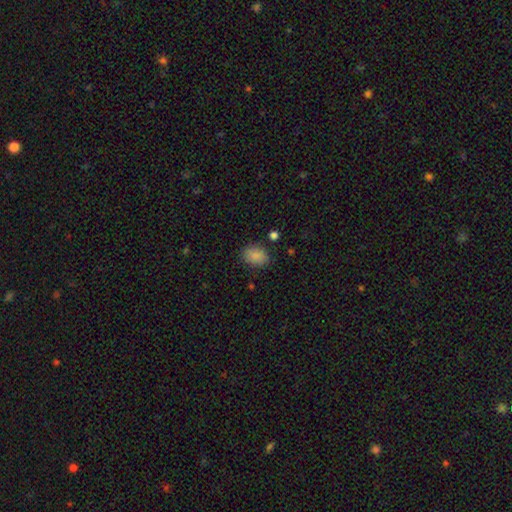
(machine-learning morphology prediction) Smooth or featured?
  - smooth: 87% *
  - star or artifact: 9%
  - featured or disk: 4%
How rounded?
  - in between: 74% *
  - round: 25%
  - cigar-shaped: 1%
Merging?
  - none: 83% *
  - minor disturbance: 12%
  - major disturbance: 3%
  - merger: 2%